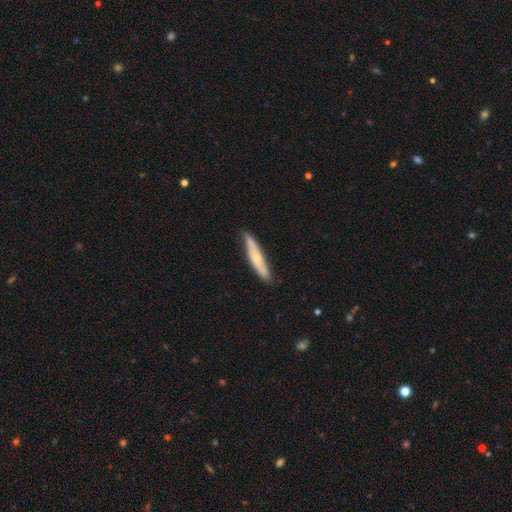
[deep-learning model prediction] Smooth or featured: smooth — 50% (featured or disk — 44%)
Merging: none — 80% (minor disturbance — 16%)